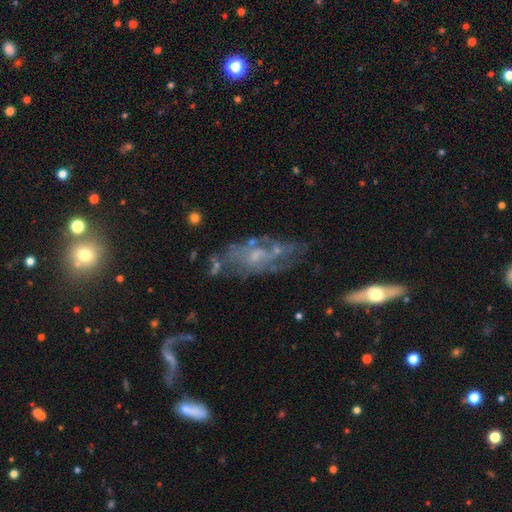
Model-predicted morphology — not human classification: Smooth or featured: featured or disk — 70% (smooth — 19%)
Edge-on disk: no — 85% (yes — 15%)
Bar: no — 69% (weak — 26%)
Spiral arms: yes — 60% (no — 40%)
Bulge size: small — 54% (moderate — 22%)
Merging: none — 51% (minor disturbance — 23%)